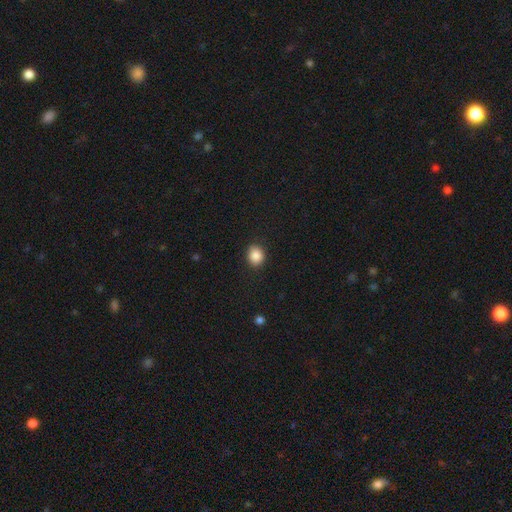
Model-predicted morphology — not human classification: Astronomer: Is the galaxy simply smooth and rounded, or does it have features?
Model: smooth — 88%.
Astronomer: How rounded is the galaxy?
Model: round — 67%.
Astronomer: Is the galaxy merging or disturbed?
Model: none — 87%.